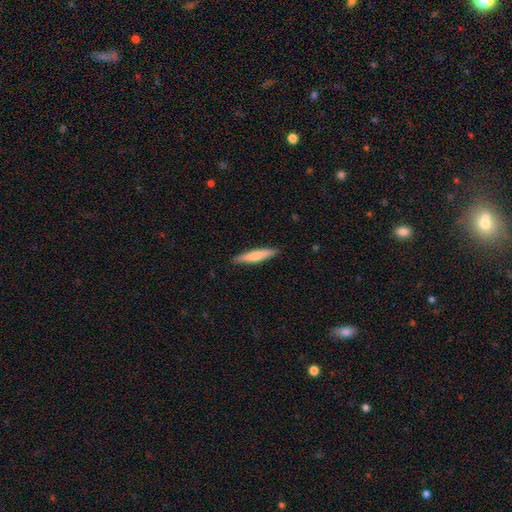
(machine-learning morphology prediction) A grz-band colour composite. It shows a smooth galaxy with no disk features (73%) that is cigar-shaped (87%). Merging: none (89%).